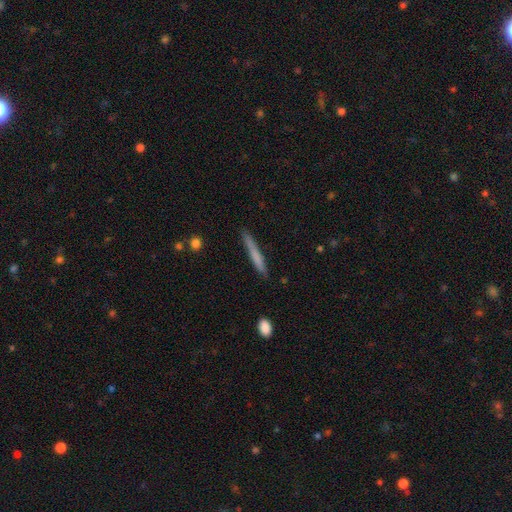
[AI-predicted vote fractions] Smooth or featured?
  - smooth: 67% *
  - featured or disk: 27%
  - star or artifact: 6%
How rounded?
  - cigar-shaped: 96% *
  - in between: 3%
  - round: 1%
Merging?
  - none: 84% *
  - minor disturbance: 12%
  - major disturbance: 2%
  - merger: 2%